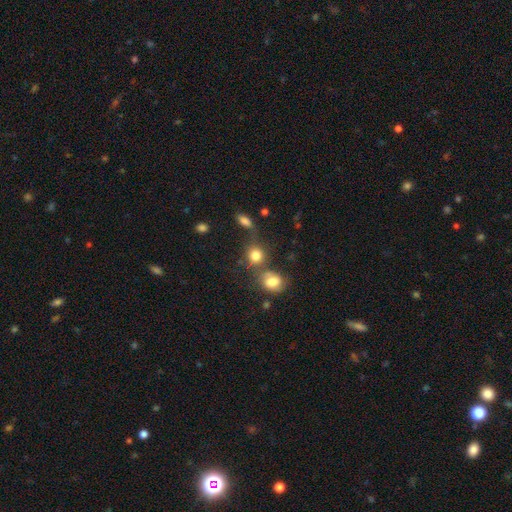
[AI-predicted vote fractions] A smooth galaxy with no disk features (81%) that is round (77%).

Vote fractions:
- Smooth or featured? smooth: 81% / star or artifact: 11% / featured or disk: 8%
- How rounded? round: 77% / in between: 21% / cigar-shaped: 1%
- Merging? none: 53% / merger: 29% / minor disturbance: 12% / major disturbance: 6%